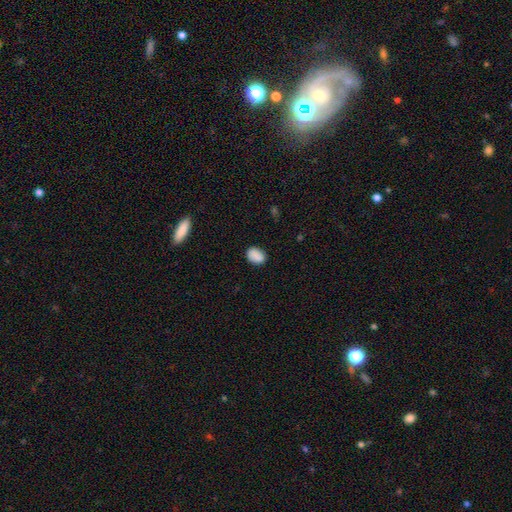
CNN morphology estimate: A smooth galaxy with no disk features (88%) that is in between round and cigar-shaped (72%). Merging: none (82%).